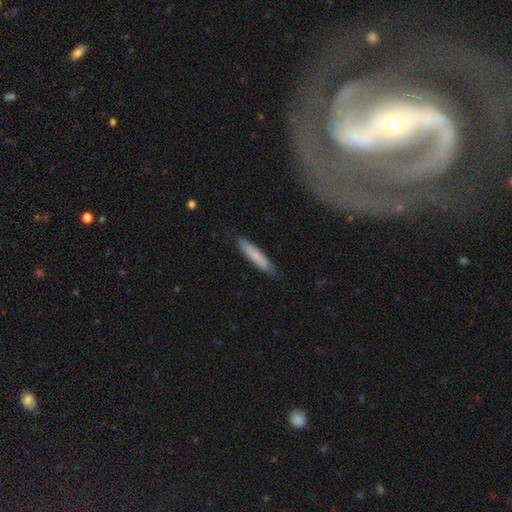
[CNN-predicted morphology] The model was most divided on "smooth or featured": smooth: 73%, featured or disk: 21%, star or artifact: 6%. More confident: how rounded — cigar-shaped (88%); merging — none (81%).